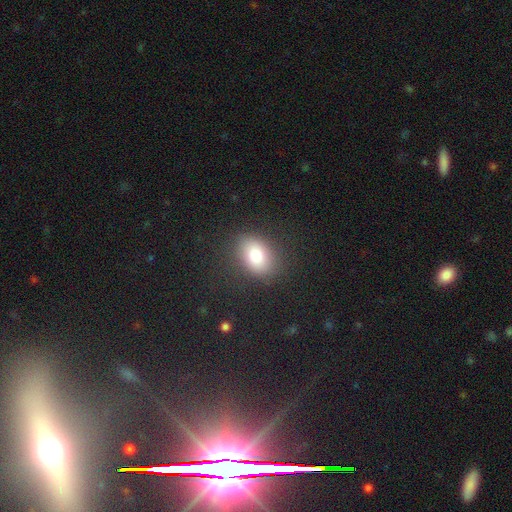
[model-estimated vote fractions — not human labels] Q: Smooth or featured?
A: smooth (79%); runner-up: star or artifact (10%)
Q: How rounded?
A: in between (70%); runner-up: round (29%)
Q: Merging?
A: none (84%); runner-up: minor disturbance (10%)